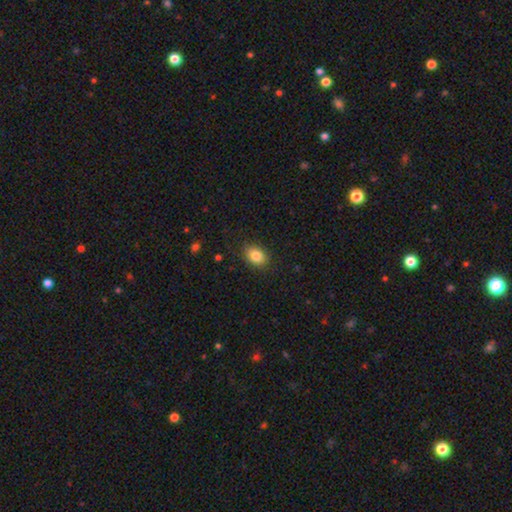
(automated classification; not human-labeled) This appears to be a smooth galaxy with no disk features (84%) that is in between round and cigar-shaped (75%). Merging: none (85%).